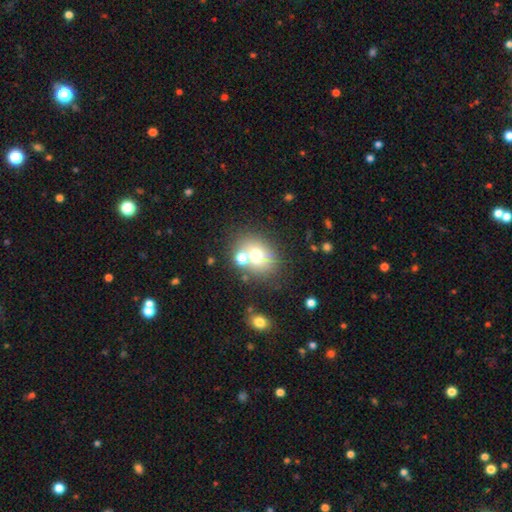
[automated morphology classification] A smooth galaxy with no disk features (67%) that is round (59%).

Vote fractions:
- Smooth or featured? smooth: 67% / featured or disk: 18% / star or artifact: 15%
- How rounded? round: 59% / in between: 40% / cigar-shaped: 1%
- Merging? none: 60% / merger: 23% / minor disturbance: 12% / major disturbance: 5%